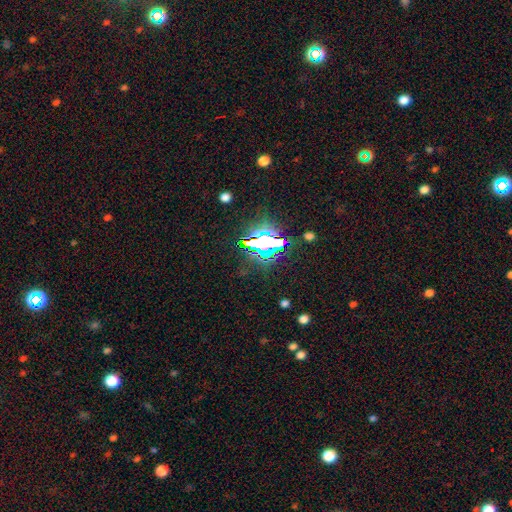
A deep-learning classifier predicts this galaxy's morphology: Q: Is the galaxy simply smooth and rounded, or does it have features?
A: star or artifact — 82%.